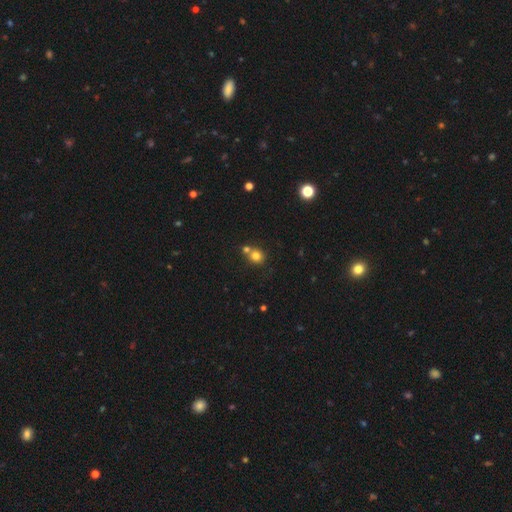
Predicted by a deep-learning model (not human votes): smooth-or-featured: smooth: 78% | star or artifact: 13% | featured or disk: 9%
  how-rounded: round: 82% | in between: 17% | cigar-shaped: 1%
  merging: none: 54% | merger: 35% | minor disturbance: 8% | major disturbance: 3%